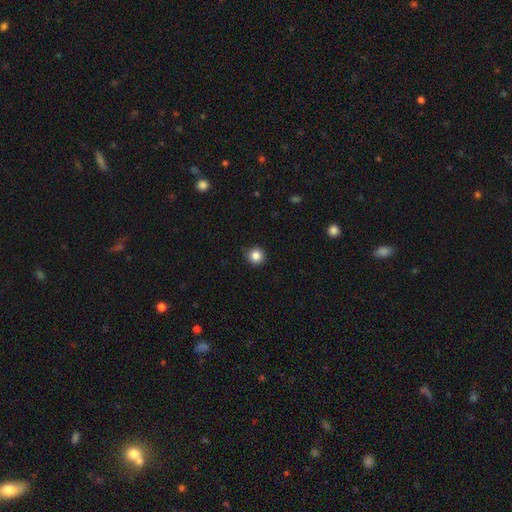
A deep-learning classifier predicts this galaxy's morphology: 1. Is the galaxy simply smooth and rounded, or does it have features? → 84% smooth, 11% star or artifact, 5% featured or disk.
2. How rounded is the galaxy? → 94% round, 5% in between, 1% cigar-shaped.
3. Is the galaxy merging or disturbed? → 85% none, 12% minor disturbance, 2% major disturbance, 1% merger.